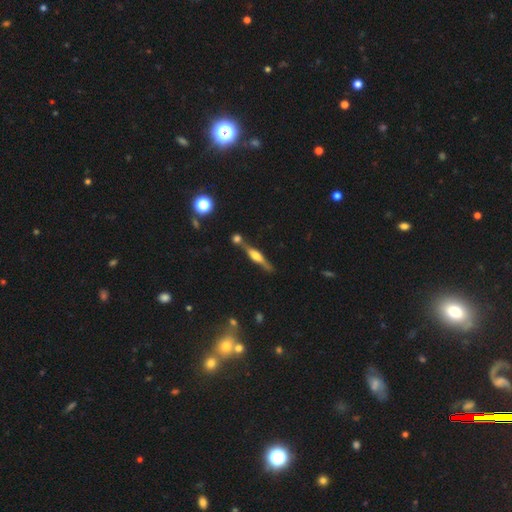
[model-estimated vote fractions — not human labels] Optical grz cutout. It shows a featured or disk galaxy (71%) viewed edge-on (96%) with a rounded central bulge (75%). Merging: none (67%).